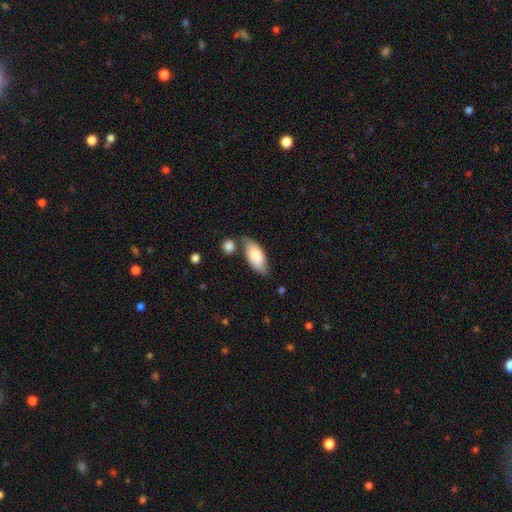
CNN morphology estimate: A smooth galaxy with no disk features (75%) that is in between round and cigar-shaped (86%).

Vote fractions:
- Smooth or featured? smooth: 75% / featured or disk: 19% / star or artifact: 6%
- How rounded? in between: 86% / cigar-shaped: 12% / round: 2%
- Merging? none: 57% / minor disturbance: 23% / merger: 13% / major disturbance: 6%